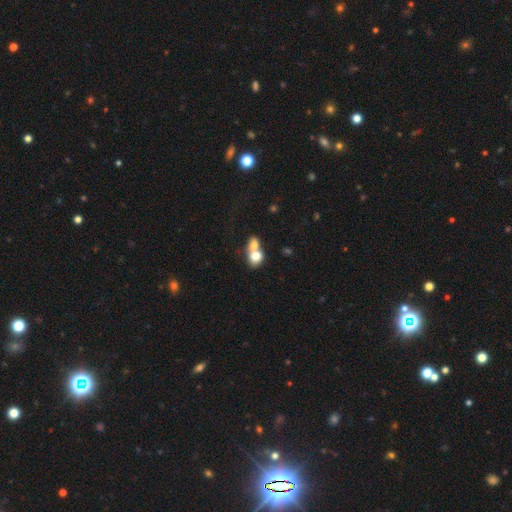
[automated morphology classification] smooth_or_featured: smooth (p=0.74) [alt: featured or disk p=0.17]
how_rounded: round (p=0.52) [alt: in between p=0.47]
merging: merger (p=0.71) [alt: none p=0.20]